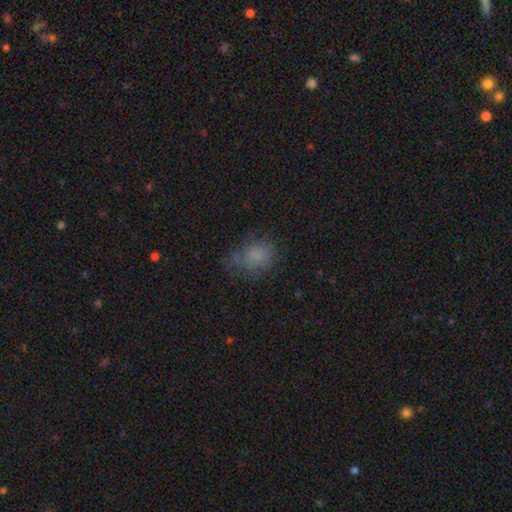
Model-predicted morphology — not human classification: Smooth or featured? smooth (72%)
How rounded? in between (53%)
Merging? none (56%)